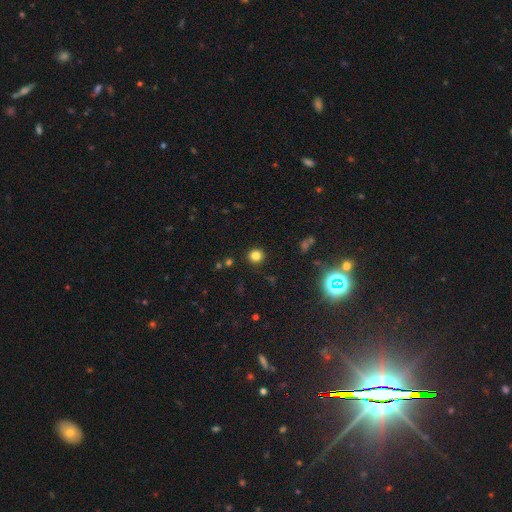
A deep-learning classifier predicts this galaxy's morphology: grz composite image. It shows a smooth galaxy with no disk features (80%) that is round (92%). Merging: none (91%).